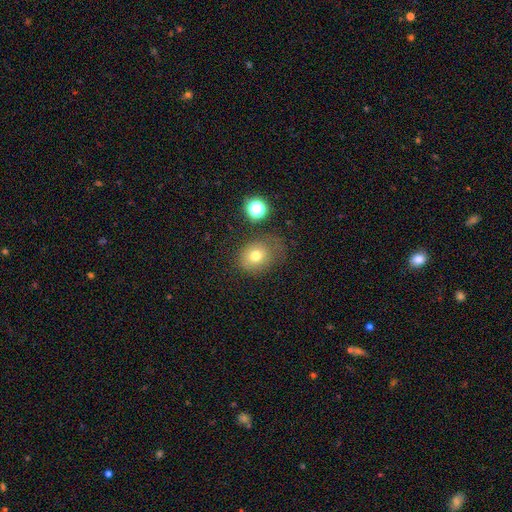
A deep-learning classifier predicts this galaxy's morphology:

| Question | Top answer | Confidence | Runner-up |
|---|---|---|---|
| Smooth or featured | smooth | 73% | star or artifact (14%) |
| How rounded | round | 60% | in between (39%) |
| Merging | none | 61% | minor disturbance (24%) |